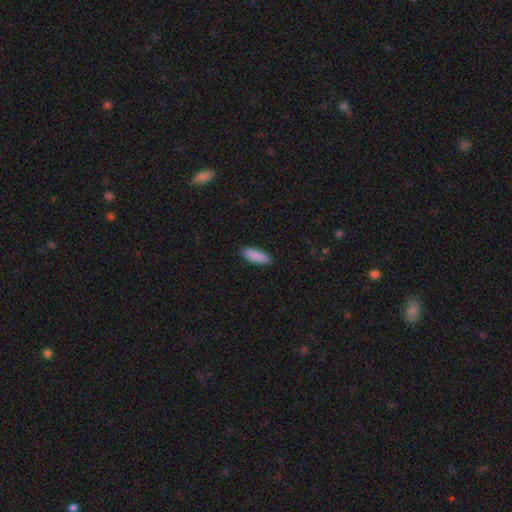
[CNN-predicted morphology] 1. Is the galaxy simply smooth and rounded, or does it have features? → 90% smooth, 6% star or artifact, 4% featured or disk.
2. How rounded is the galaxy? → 67% in between, 32% cigar-shaped, 2% round.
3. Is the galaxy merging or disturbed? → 89% none, 8% minor disturbance, 2% major disturbance, 1% merger.